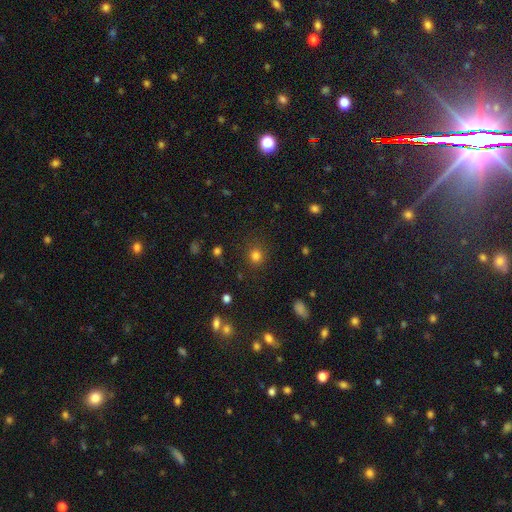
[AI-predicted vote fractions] smooth 79%, star or artifact 16%, featured or disk 5%. Down the decision tree: how rounded — round (88%); merging — none (86%).